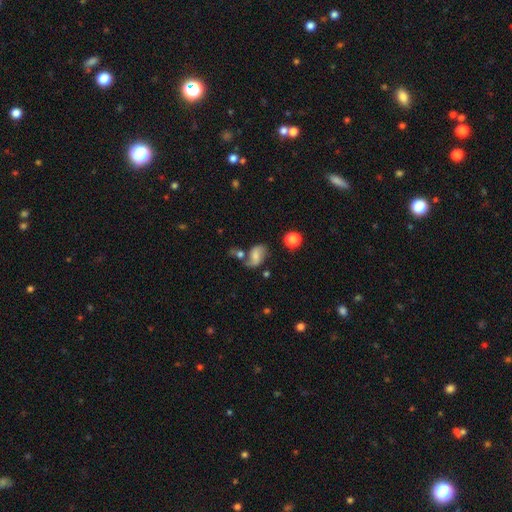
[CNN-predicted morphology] The model was most divided on "smooth or featured": featured or disk: 48%, smooth: 40%, star or artifact: 12%. Remaining: merging — none (41%).